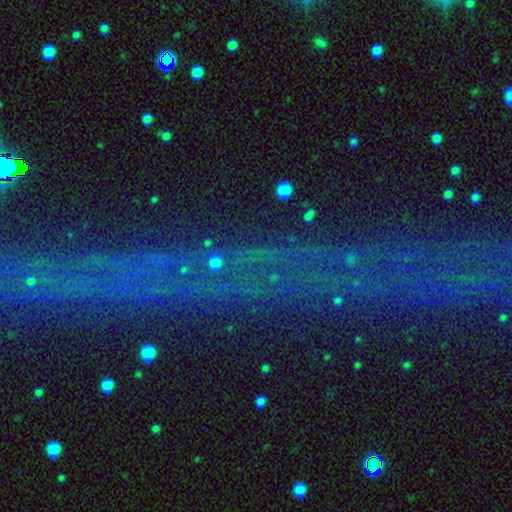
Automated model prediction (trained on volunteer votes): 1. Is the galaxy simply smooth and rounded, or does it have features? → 72% star or artifact, 16% featured or disk, 12% smooth.